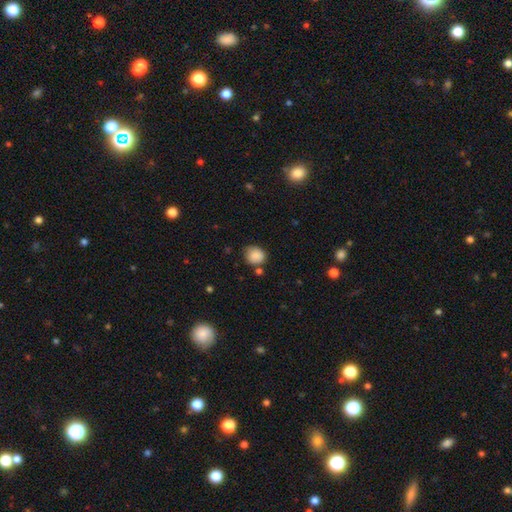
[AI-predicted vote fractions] This is clearly a smooth galaxy (87%). How rounded: likely round (71%). Merging: likely none (70%).